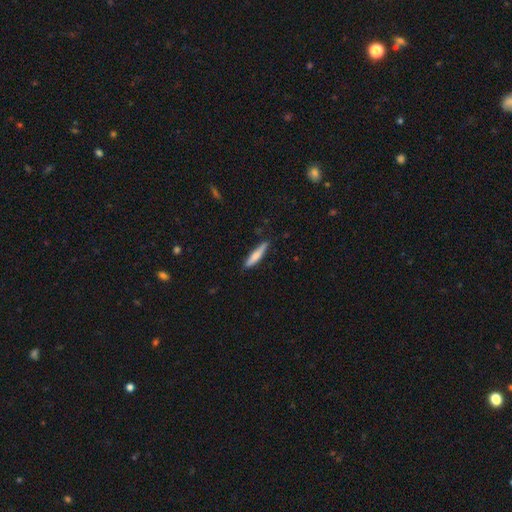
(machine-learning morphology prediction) This appears to be a smooth galaxy with no disk features (69%) that is cigar-shaped (88%). Merging: none (84%).